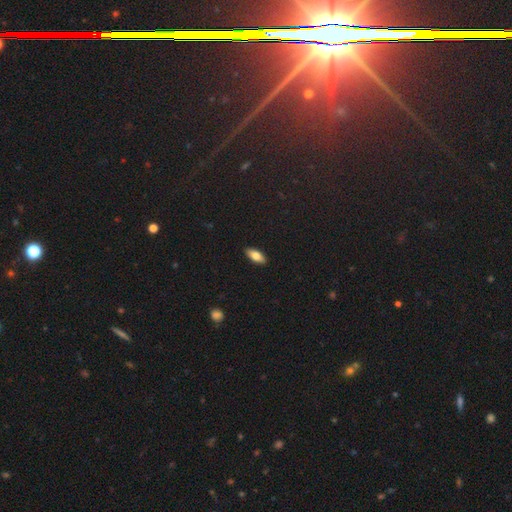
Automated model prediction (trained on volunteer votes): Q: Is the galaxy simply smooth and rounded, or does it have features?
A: smooth — 76%.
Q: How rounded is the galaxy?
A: in between — 81%.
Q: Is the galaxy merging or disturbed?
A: none — 90%.